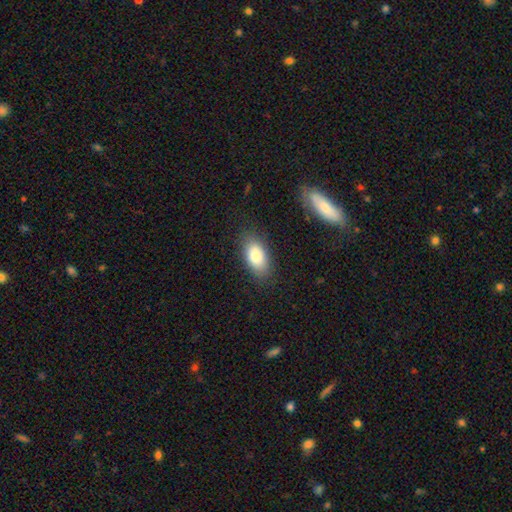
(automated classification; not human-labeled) This appears to be a smooth galaxy with no disk features (84%) that is in between round and cigar-shaped (92%). Merging: none (83%).